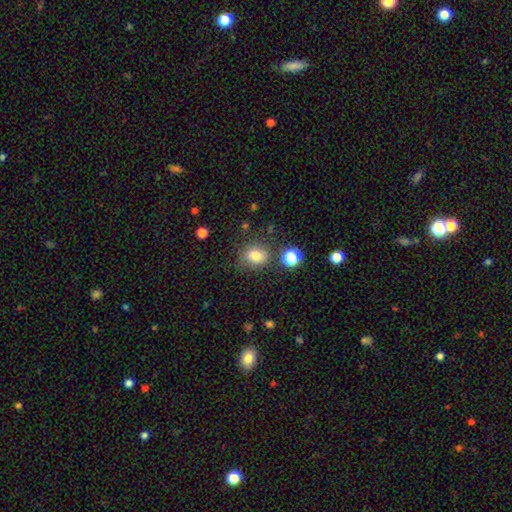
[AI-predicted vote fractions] Smooth or featured? Predicted: smooth (p=0.79). How rounded? Predicted: in between (p=0.58). Merging? Predicted: none (p=0.72).